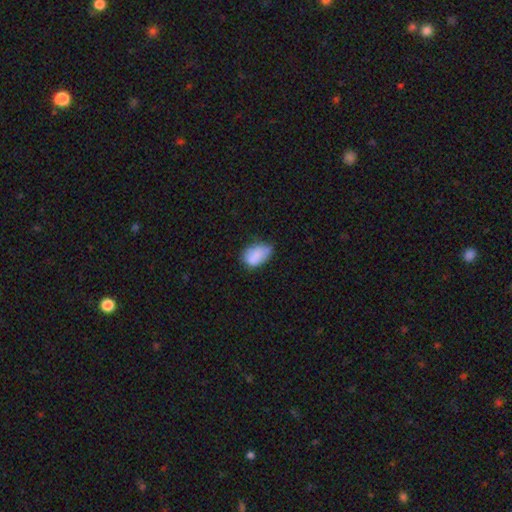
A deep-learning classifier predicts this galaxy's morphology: Smooth or featured? smooth (81%)
How rounded? in between (88%)
Merging? none (45%)